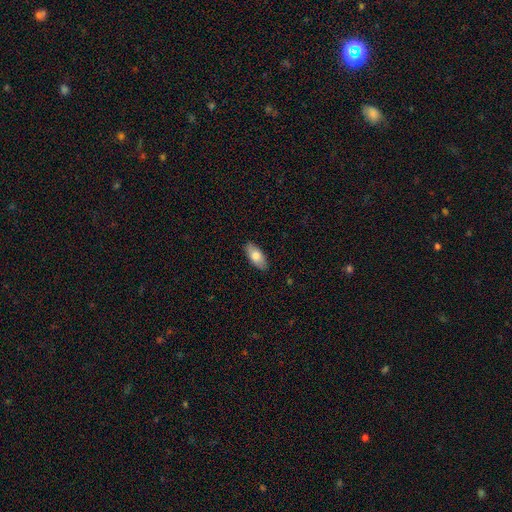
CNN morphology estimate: Smooth or featured: smooth — 79% (featured or disk — 15%)
How rounded: in between — 88% (cigar-shaped — 10%)
Merging: none — 88% (minor disturbance — 9%)